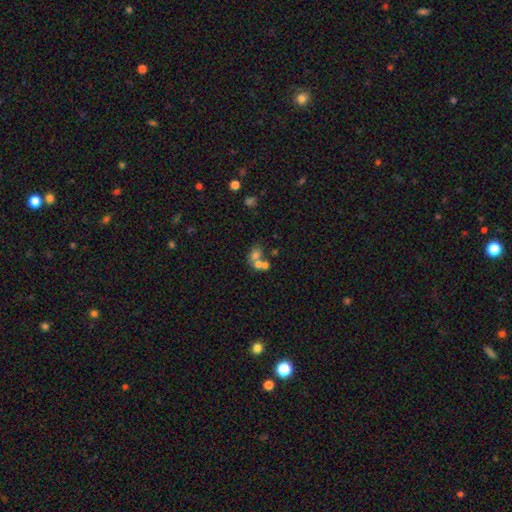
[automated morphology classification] smooth-or-featured: smooth: 58% | featured or disk: 24% | star or artifact: 19%
  how-rounded: round: 56% | in between: 43% | cigar-shaped: 1%
  merging: merger: 56% | none: 31% | minor disturbance: 8% | major disturbance: 6%